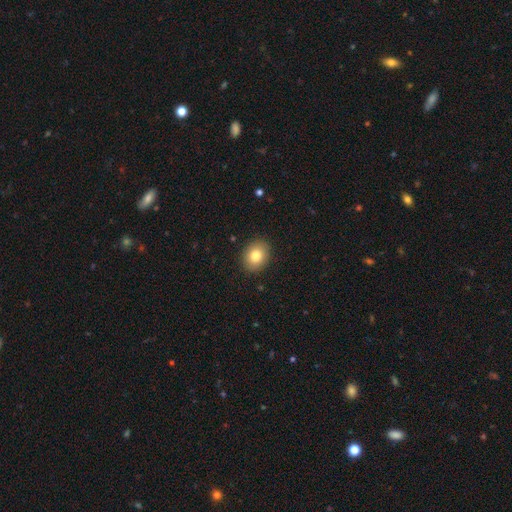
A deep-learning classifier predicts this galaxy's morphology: Overall: smooth (82%). How rounded: in between (50%; round 49%). Merging: none (90%).